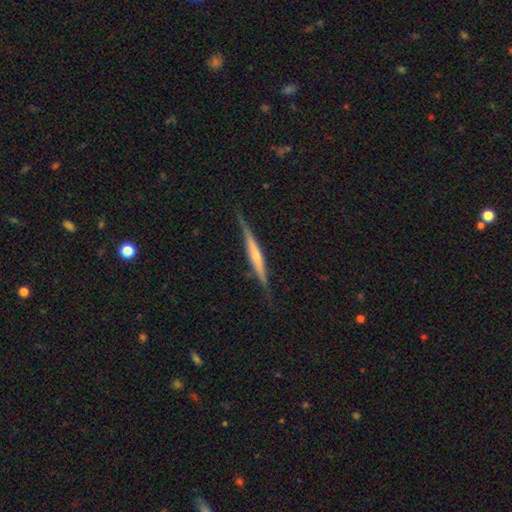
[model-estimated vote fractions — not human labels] A featured or disk galaxy (69%) viewed edge-on (97%) with a rounded central bulge (51%). Merging: none (85%).